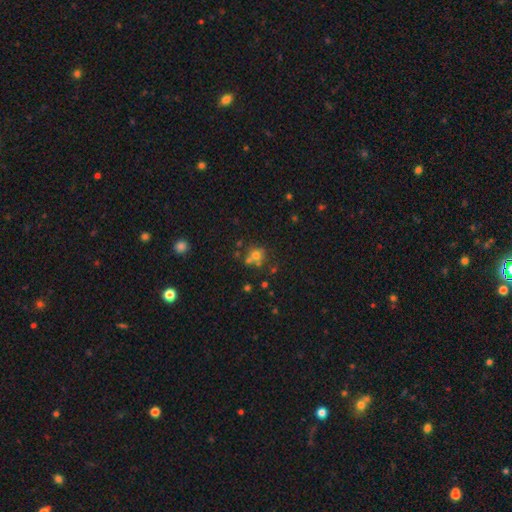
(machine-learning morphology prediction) A smooth galaxy with no disk features (62%) that is round (80%).

Vote fractions:
- Smooth or featured? smooth: 62% / star or artifact: 22% / featured or disk: 16%
- How rounded? round: 80% / in between: 19% / cigar-shaped: 1%
- Merging? none: 53% / merger: 31% / minor disturbance: 11% / major disturbance: 5%